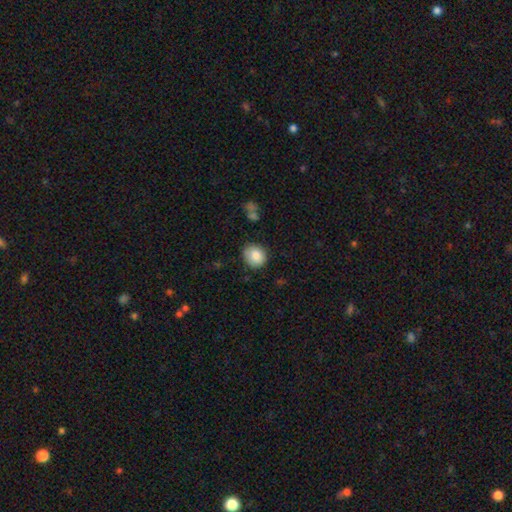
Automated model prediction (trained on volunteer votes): Smooth or featured? Predicted: smooth (p=0.85). How rounded? Predicted: round (p=0.78). Merging? Predicted: none (p=0.78).